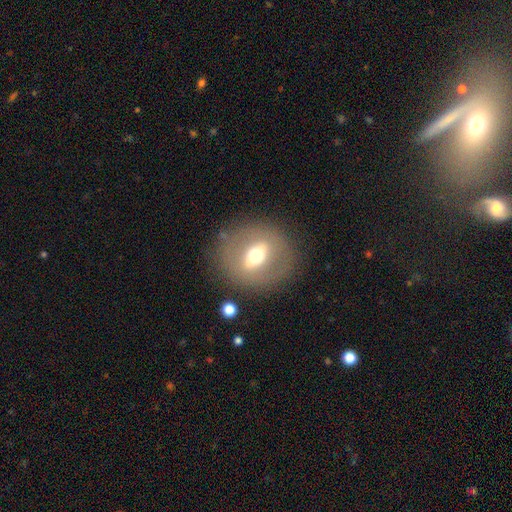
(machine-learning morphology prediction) This appears to be a featured or disk galaxy (52%). Merging: none (83%).